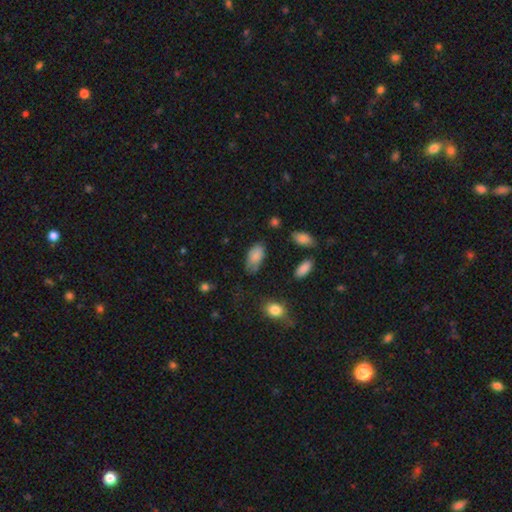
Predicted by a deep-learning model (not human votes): This is clearly a smooth galaxy (82%). How rounded: clearly in between (94%). Merging: possibly none (54%).